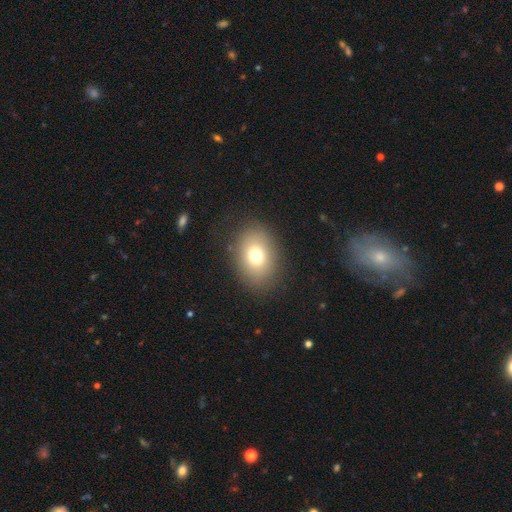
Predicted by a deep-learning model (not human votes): Overall: smooth (75%). How rounded: in between (70%). Merging: none (85%).